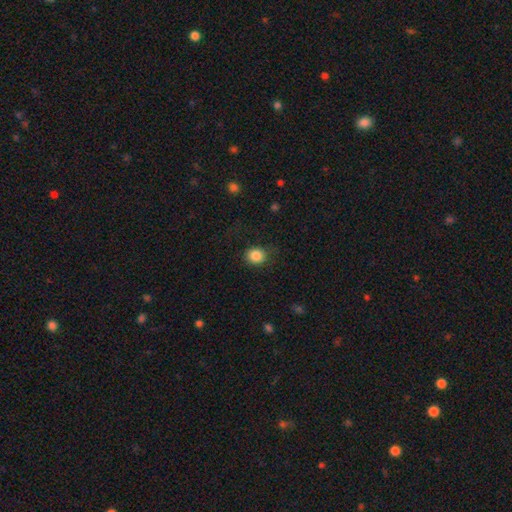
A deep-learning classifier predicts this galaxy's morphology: Smooth or featured? Predicted: smooth (p=0.86). How rounded? Predicted: round (p=0.78). Merging? Predicted: none (p=0.80).